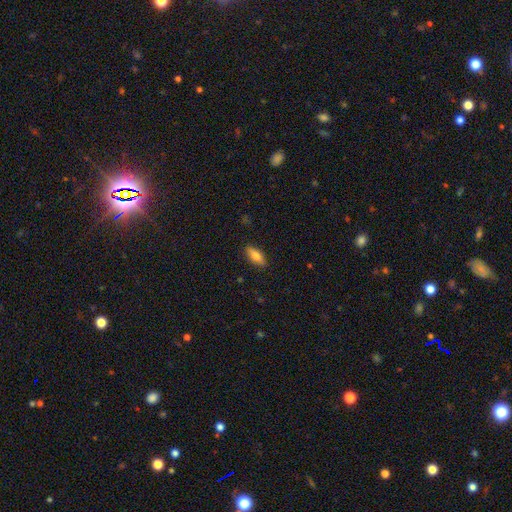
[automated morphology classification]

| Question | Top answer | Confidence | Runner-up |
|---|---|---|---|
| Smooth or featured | smooth | 76% | featured or disk (17%) |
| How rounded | in between | 75% | cigar-shaped (22%) |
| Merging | none | 87% | minor disturbance (10%) |